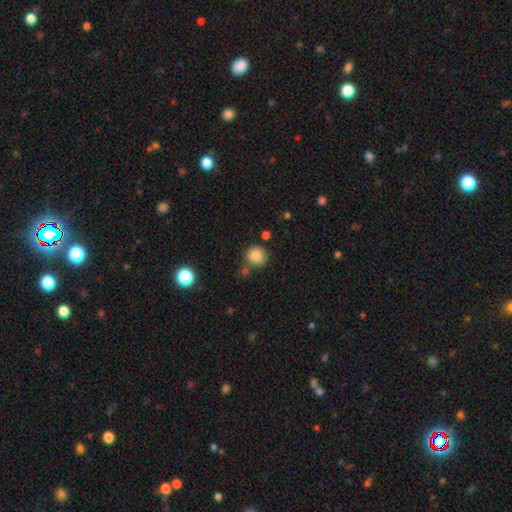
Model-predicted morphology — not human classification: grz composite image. It shows a smooth galaxy with no disk features (85%) that is round (91%). Merging: none (74%).